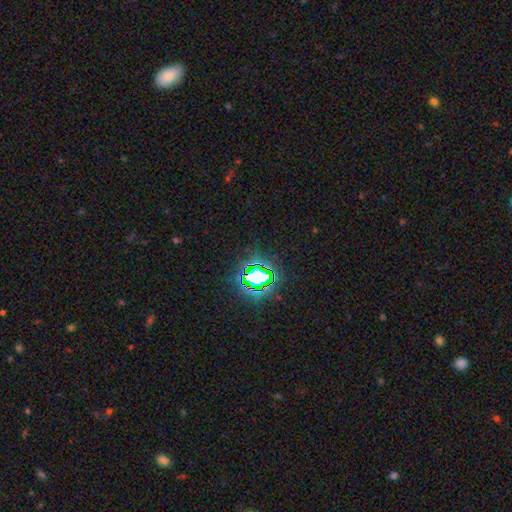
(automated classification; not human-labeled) Morphology: type=star or artifact (80%).